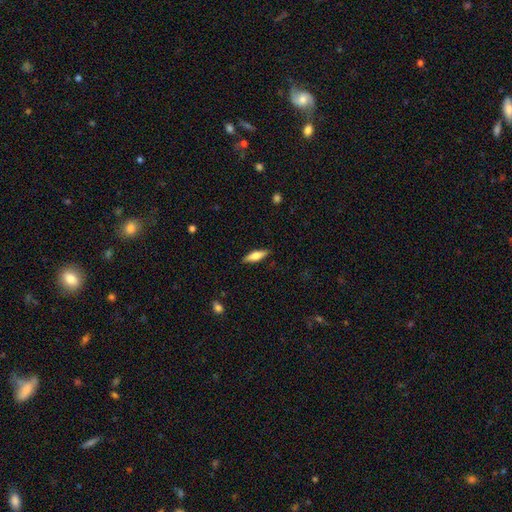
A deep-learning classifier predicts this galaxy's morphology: Overall: smooth (58%; featured or disk 36%). How rounded: cigar-shaped (54%; in between 43%). Merging: none (88%).